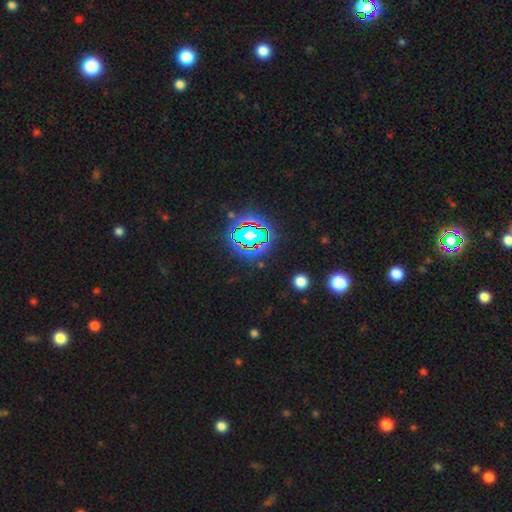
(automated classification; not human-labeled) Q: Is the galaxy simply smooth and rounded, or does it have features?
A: star or artifact — 82%.